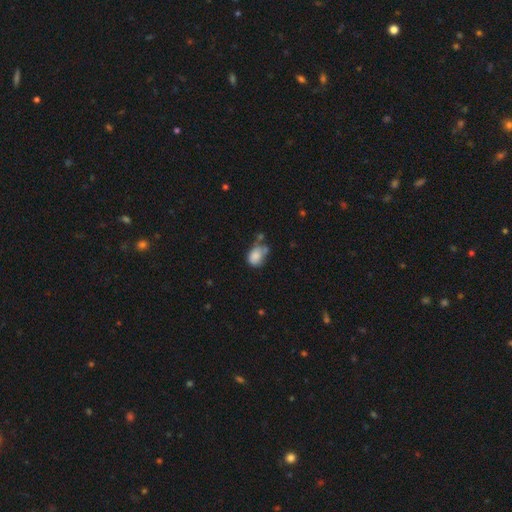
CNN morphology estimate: smooth-or-featured: smooth: 79% | featured or disk: 12% | star or artifact: 9%
  how-rounded: in between: 68% | round: 31% | cigar-shaped: 1%
  merging: none: 36% | minor disturbance: 30% | merger: 21% | major disturbance: 14%